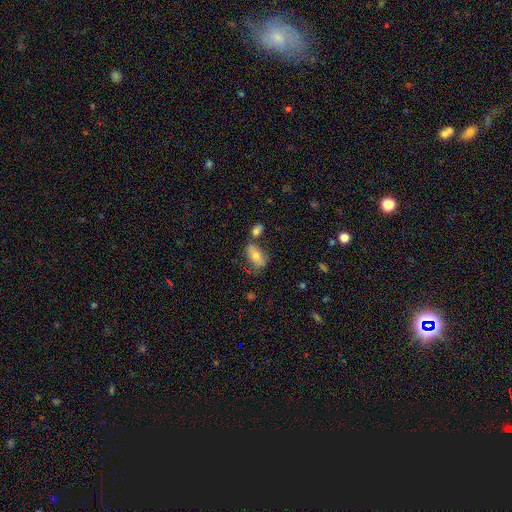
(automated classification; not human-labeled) smooth 67%, featured or disk 23%, star or artifact 9%. Down the decision tree: how rounded — in between (89%); merging — none (54%).